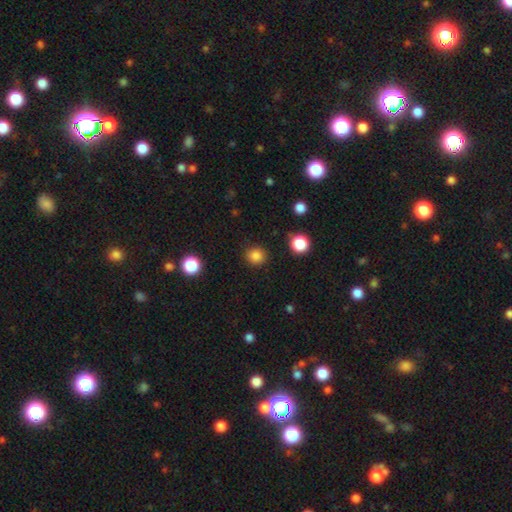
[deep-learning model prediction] Morphology: type=smooth (84%); roundness=round (91%); merging=none (90%).